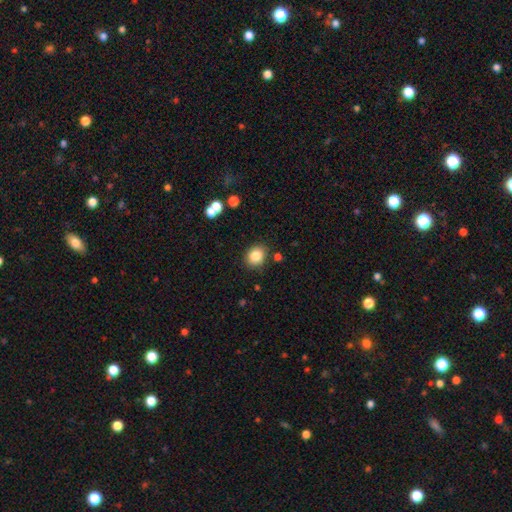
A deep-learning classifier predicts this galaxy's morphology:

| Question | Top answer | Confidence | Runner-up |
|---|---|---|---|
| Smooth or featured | smooth | 84% | star or artifact (10%) |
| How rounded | round | 63% | in between (36%) |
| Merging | none | 83% | minor disturbance (11%) |